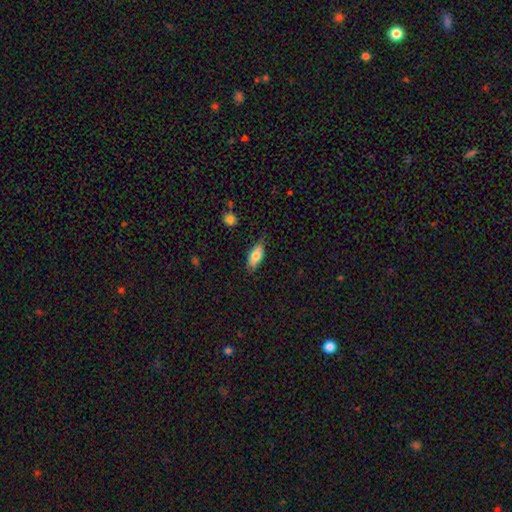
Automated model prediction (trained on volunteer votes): Smooth or featured? smooth (79%)
How rounded? in between (80%)
Merging? none (77%)